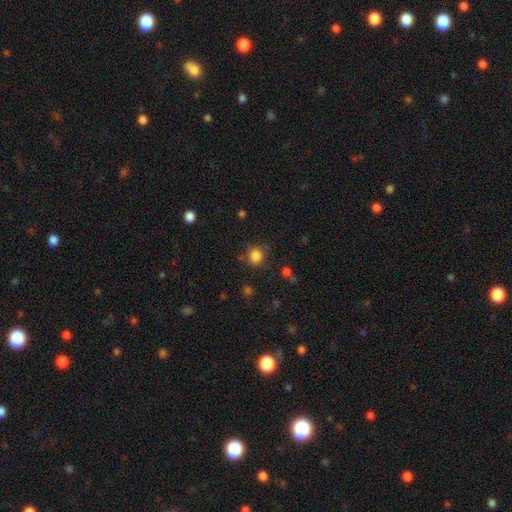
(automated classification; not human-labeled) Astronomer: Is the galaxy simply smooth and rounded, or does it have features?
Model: smooth — 84%.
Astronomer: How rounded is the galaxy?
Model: round — 81%.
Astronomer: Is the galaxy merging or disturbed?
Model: none — 81%.